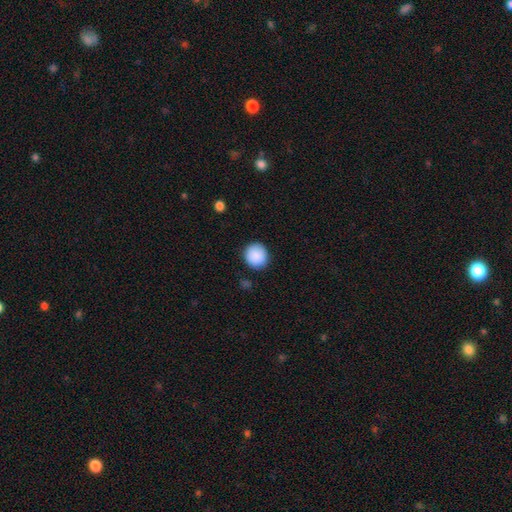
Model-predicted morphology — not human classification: The model was most divided on "merging": none: 89%, minor disturbance: 7%, major disturbance: 2%, merger: 1%. More confident: how rounded — round (92%); smooth or featured — smooth (89%).